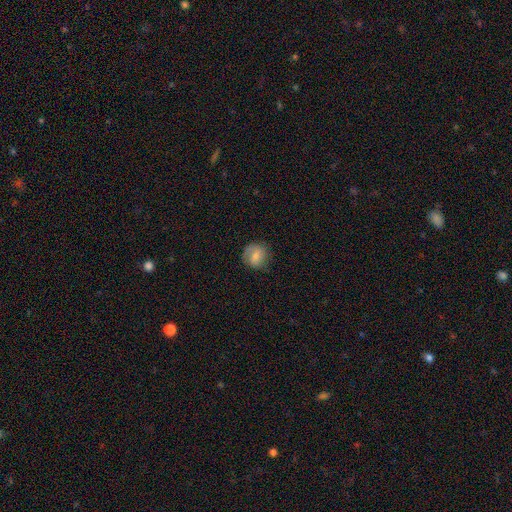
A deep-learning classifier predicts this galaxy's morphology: This appears to be a smooth galaxy with no disk features (64%) that is round (81%). Merging: none (72%).